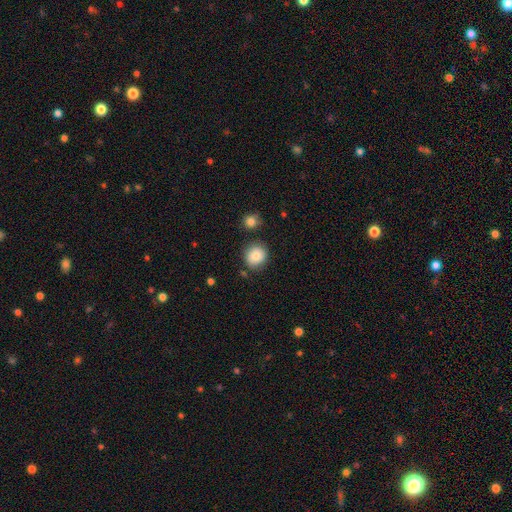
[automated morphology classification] Smooth or featured? smooth (83%)
How rounded? round (85%)
Merging? none (80%)